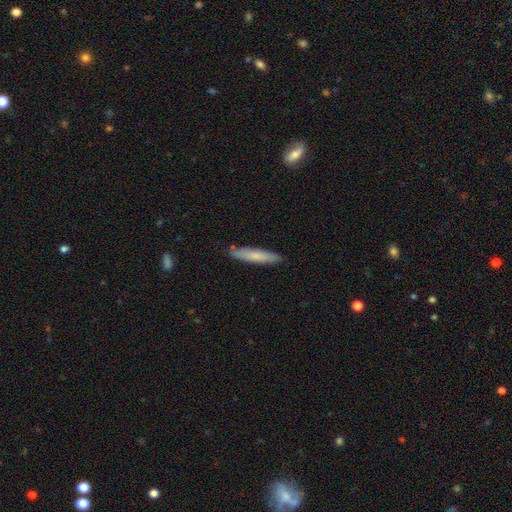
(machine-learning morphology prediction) smooth_or_featured: smooth (p=0.71) [alt: featured or disk p=0.23]
how_rounded: cigar-shaped (p=0.90) [alt: in between p=0.09]
merging: none (p=0.86) [alt: minor disturbance p=0.10]